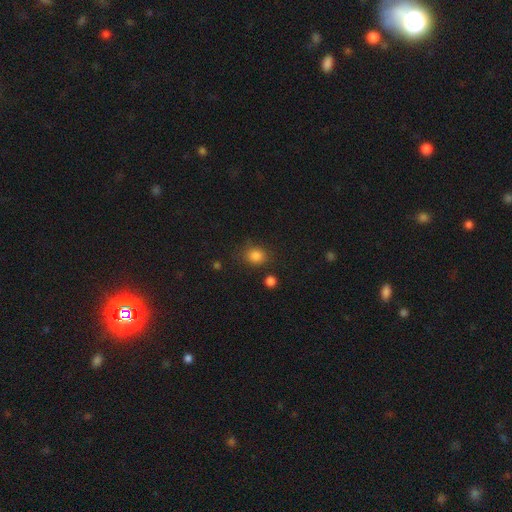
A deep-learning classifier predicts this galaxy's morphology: smooth-or-featured: smooth: 83% | star or artifact: 12% | featured or disk: 5%
  how-rounded: round: 69% | in between: 30% | cigar-shaped: 1%
  merging: none: 77% | minor disturbance: 14% | major disturbance: 5% | merger: 4%